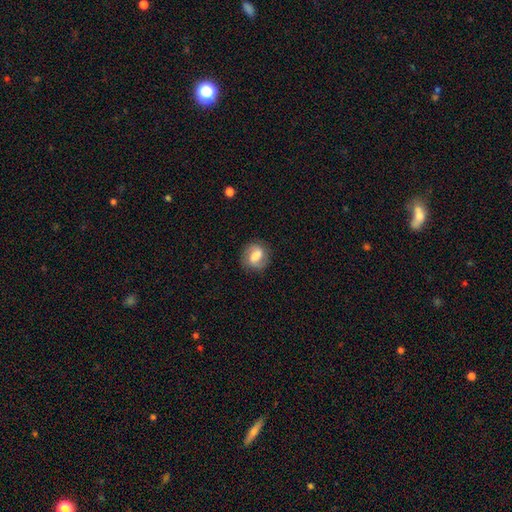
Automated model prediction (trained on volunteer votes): Overall: featured or disk (48%; smooth 44%). Merging: none (81%).